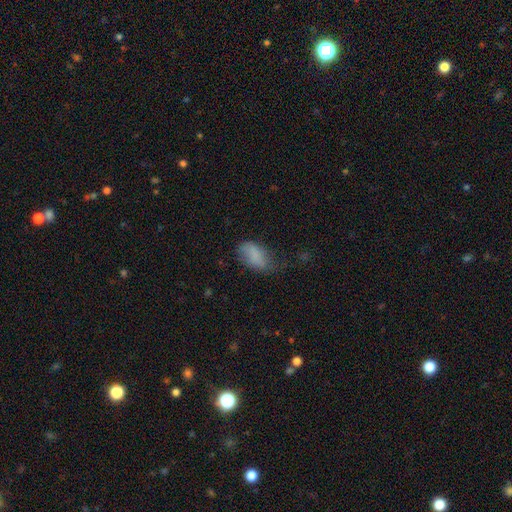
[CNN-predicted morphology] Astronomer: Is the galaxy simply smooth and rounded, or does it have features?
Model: smooth — 80%.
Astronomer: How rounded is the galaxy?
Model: in between — 93%.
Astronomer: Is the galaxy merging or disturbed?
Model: none — 45% (runner-up: minor disturbance, 34%).